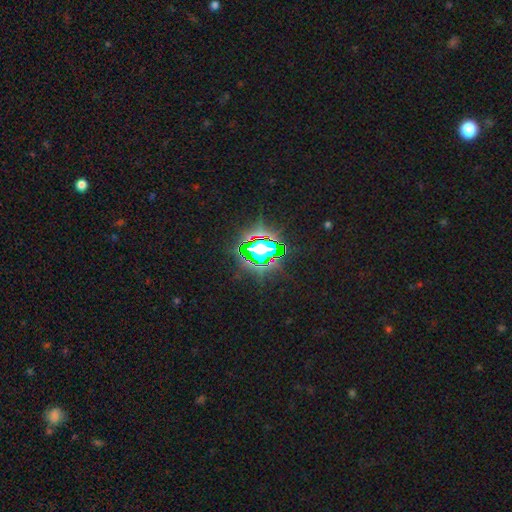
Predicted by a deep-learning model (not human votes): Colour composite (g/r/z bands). It shows a star or artifact, not a galaxy (76%).